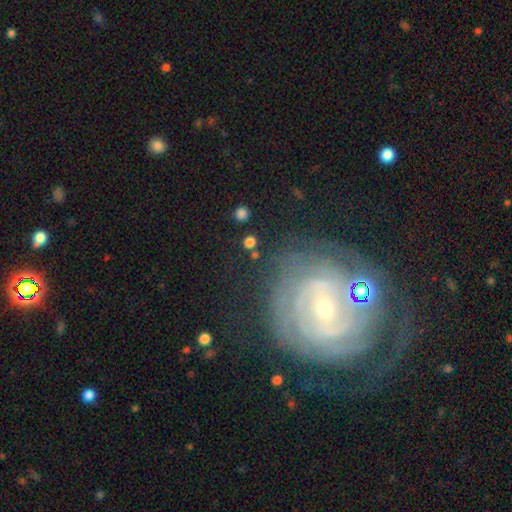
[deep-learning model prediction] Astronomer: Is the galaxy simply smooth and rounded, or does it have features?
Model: featured or disk — 68%.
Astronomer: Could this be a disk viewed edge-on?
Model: no — 96%.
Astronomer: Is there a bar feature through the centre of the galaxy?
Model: no — 53% (runner-up: weak, 31%).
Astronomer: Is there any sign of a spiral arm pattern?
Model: yes — 87%.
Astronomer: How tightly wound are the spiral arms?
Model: tight — 71%.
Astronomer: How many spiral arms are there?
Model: can't tell — 33% (runner-up: 2, 25%).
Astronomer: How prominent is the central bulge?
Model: small — 71%.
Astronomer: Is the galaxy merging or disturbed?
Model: none — 74%.